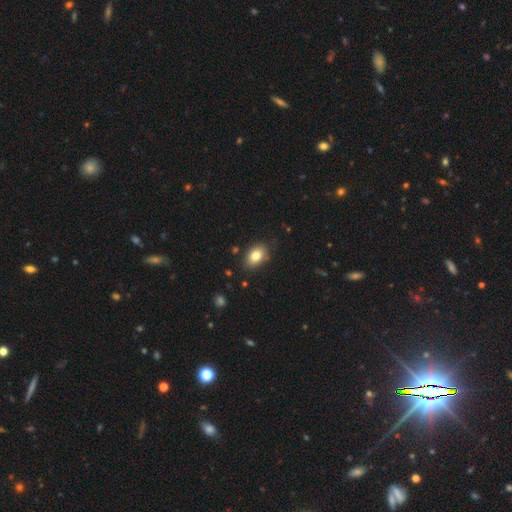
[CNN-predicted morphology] smooth 82%, featured or disk 9%, star or artifact 9%. Down the decision tree: how rounded — in between (86%); merging — none (83%).